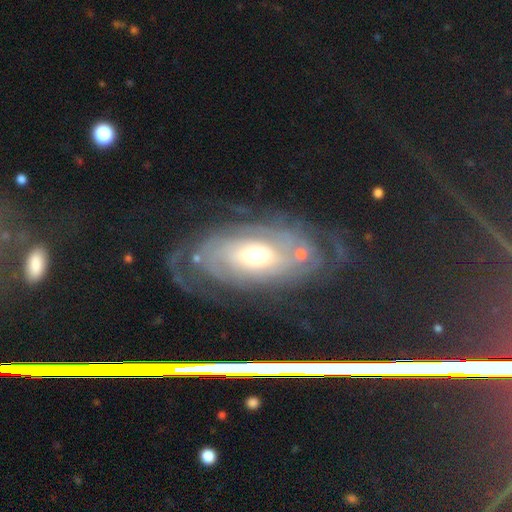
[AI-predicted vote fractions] A featured or disk galaxy (74%) with no bar (67%), tight (51%) spiral arms (80%) and a moderate central bulge (59%).

Vote fractions:
- Smooth or featured? featured or disk: 74% / smooth: 18% / star or artifact: 7%
- Edge-on disk? no: 91% / yes: 9%
- Bar? no: 67% / weak: 25% / strong: 9%
- Spiral arms? yes: 80% / no: 20%
- Spiral winding? tight: 51% / medium: 31% / loose: 18%
- Spiral arm count? can't tell: 41% / 2: 35% / 3: 9% / 1: 6% / 4: 5% / more than 4: 5%
- Bulge size? moderate: 59% / small: 27% / large: 11% / dominant: 2% / none: 2%
- Merging? none: 54% / minor disturbance: 19% / major disturbance: 17% / merger: 10%